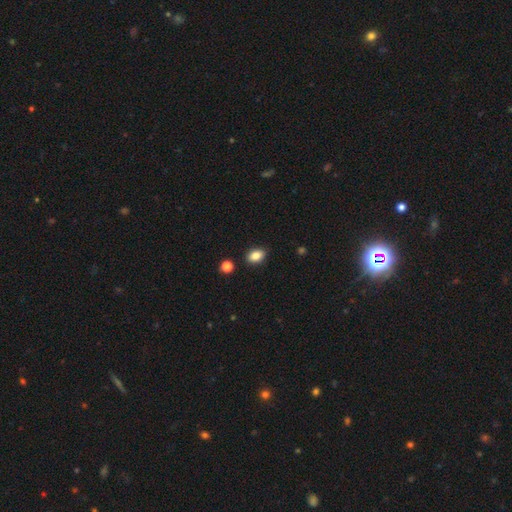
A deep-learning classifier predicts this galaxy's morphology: A smooth galaxy with no disk features (86%) that is in between round and cigar-shaped (83%).

Vote fractions:
- Smooth or featured? smooth: 86% / star or artifact: 9% / featured or disk: 5%
- How rounded? in between: 83% / round: 15% / cigar-shaped: 2%
- Merging? none: 87% / minor disturbance: 9% / merger: 2% / major disturbance: 2%